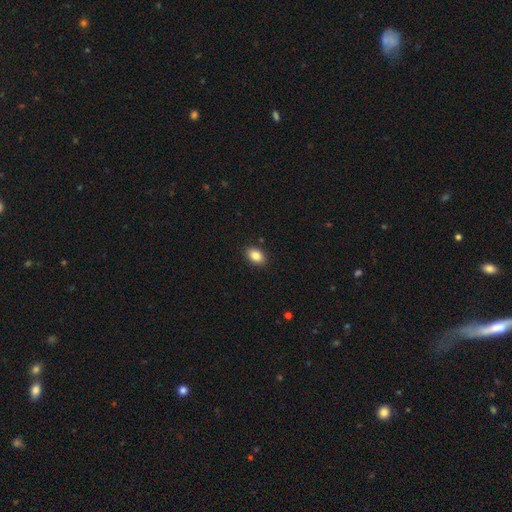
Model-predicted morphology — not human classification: A smooth galaxy with no disk features (86%) that is in between round and cigar-shaped (86%).

Vote fractions:
- Smooth or featured? smooth: 86% / star or artifact: 8% / featured or disk: 6%
- How rounded? in between: 86% / round: 12% / cigar-shaped: 1%
- Merging? none: 90% / minor disturbance: 7% / major disturbance: 2% / merger: 1%